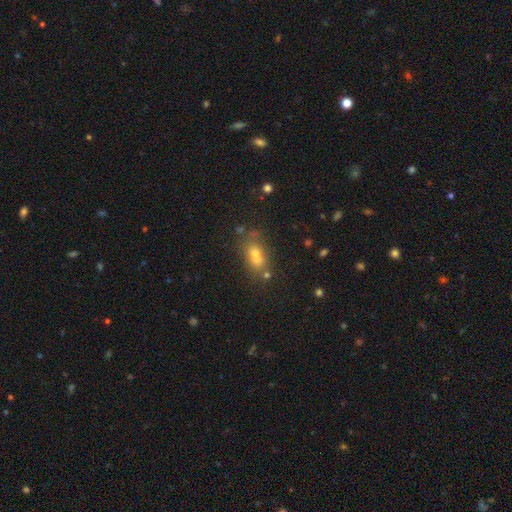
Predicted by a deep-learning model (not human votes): smooth_or_featured: smooth (p=0.70) [alt: featured or disk p=0.15]
how_rounded: in between (p=0.78) [alt: cigar-shaped p=0.12]
merging: none (p=0.64) [alt: minor disturbance p=0.16]